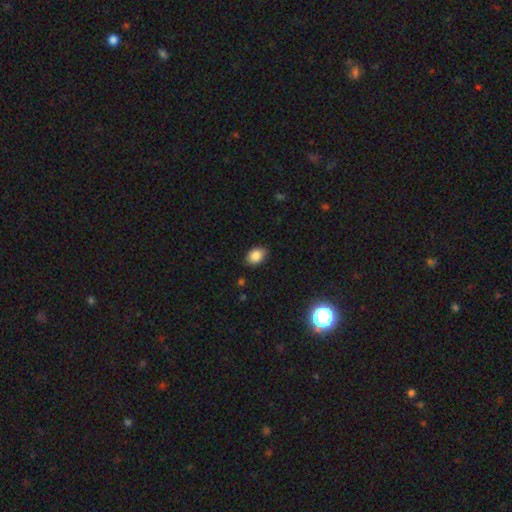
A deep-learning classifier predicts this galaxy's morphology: smooth_or_featured: smooth (p=0.86) [alt: star or artifact p=0.09]
how_rounded: in between (p=0.77) [alt: round p=0.21]
merging: none (p=0.84) [alt: minor disturbance p=0.12]